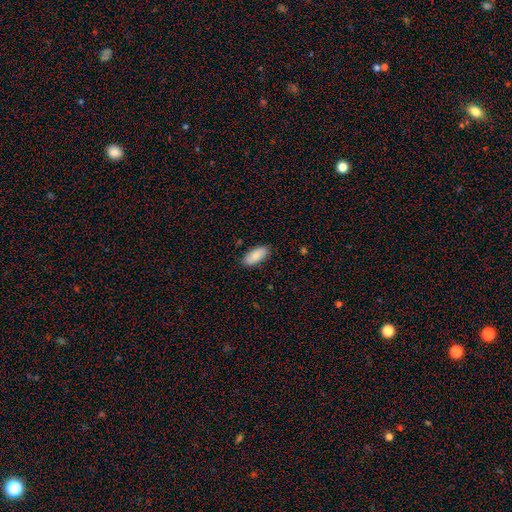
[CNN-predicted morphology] A smooth galaxy with no disk features (82%) that is in between round and cigar-shaped (91%).

Vote fractions:
- Smooth or featured? smooth: 82% / featured or disk: 12% / star or artifact: 6%
- How rounded? in between: 91% / cigar-shaped: 7% / round: 2%
- Merging? none: 86% / minor disturbance: 11% / major disturbance: 2% / merger: 1%